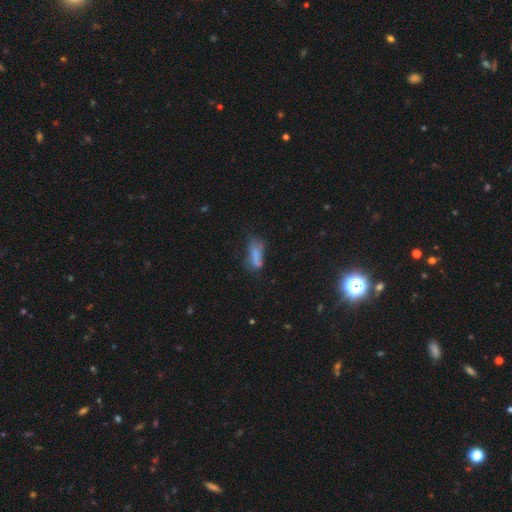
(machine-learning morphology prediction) This appears to be a smooth galaxy with no disk features (62%) that is in between round and cigar-shaped (75%). Merging: none (33%).